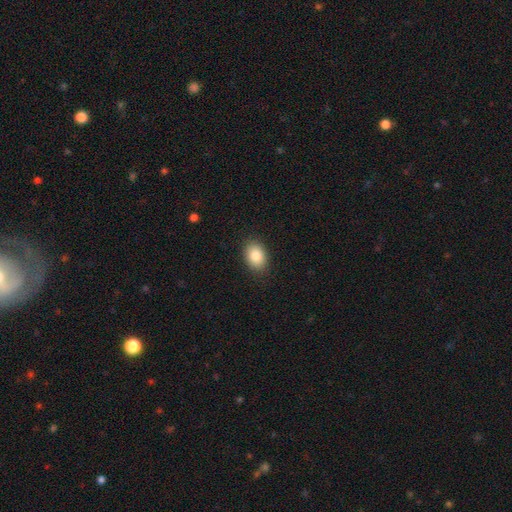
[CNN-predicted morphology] Smooth or featured? Predicted: smooth (p=0.85). How rounded? Predicted: in between (p=0.78). Merging? Predicted: none (p=0.88).